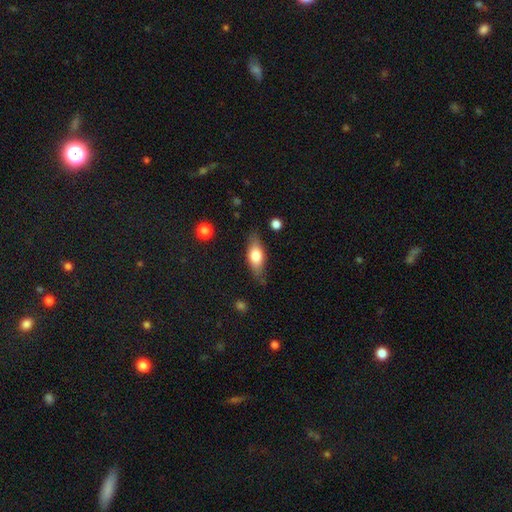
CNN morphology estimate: smooth-or-featured: smooth: 64% | featured or disk: 30% | star or artifact: 6%
  how-rounded: in between: 72% | cigar-shaped: 24% | round: 4%
  merging: none: 75% | minor disturbance: 19% | major disturbance: 5% | merger: 2%